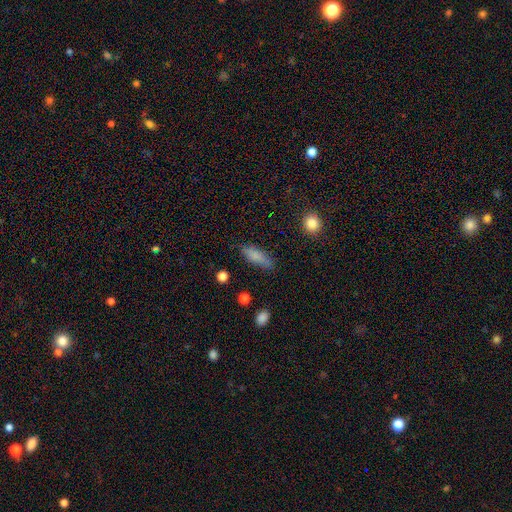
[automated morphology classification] Smooth or featured? smooth (81%)
How rounded? in between (54%)
Merging? none (77%)